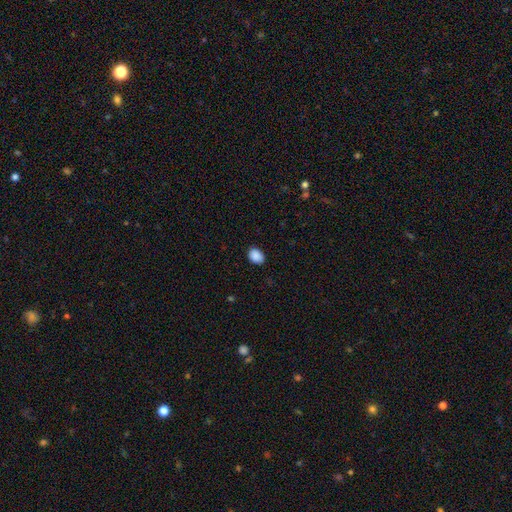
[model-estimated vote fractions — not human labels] smooth-or-featured: smooth: 90% | star or artifact: 8% | featured or disk: 3%
  how-rounded: in between: 74% | round: 25% | cigar-shaped: 1%
  merging: none: 87% | minor disturbance: 10% | major disturbance: 2% | merger: 1%